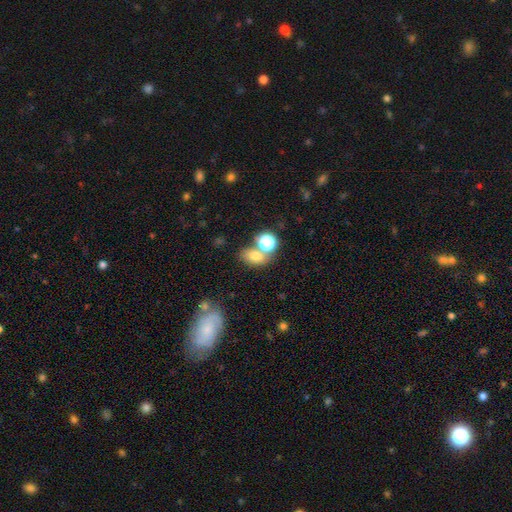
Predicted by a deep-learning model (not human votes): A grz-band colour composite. It shows a smooth galaxy with no disk features (71%) that is in between round and cigar-shaped (65%). Merging: none (52%).